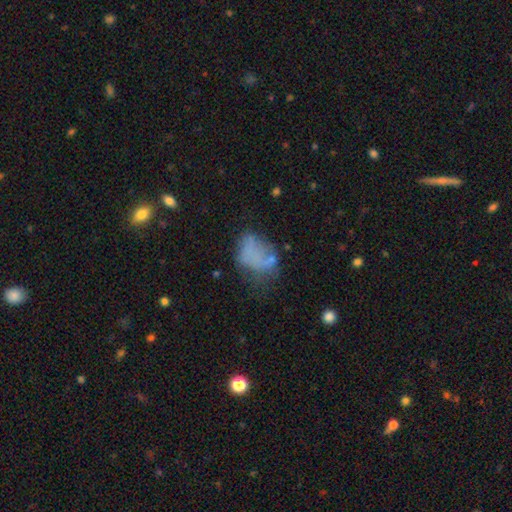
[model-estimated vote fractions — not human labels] Smooth or featured: smooth — 58% (featured or disk — 27%)
How rounded: in between — 77% (round — 22%)
Merging: none — 36% (major disturbance — 29%)